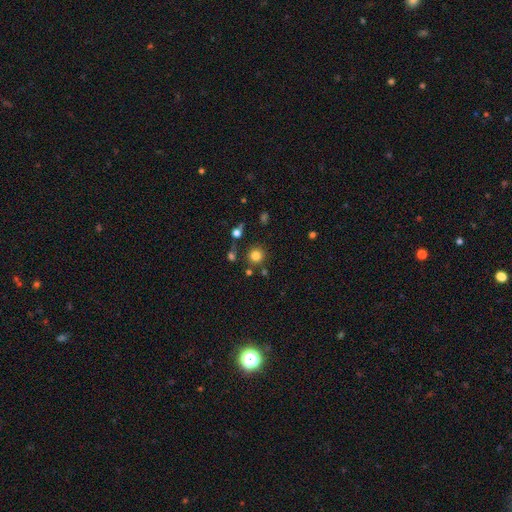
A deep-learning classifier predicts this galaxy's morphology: A smooth galaxy with no disk features (79%) that is round (92%).

Vote fractions:
- Smooth or featured? smooth: 79% / star or artifact: 14% / featured or disk: 6%
- How rounded? round: 92% / in between: 7% / cigar-shaped: 1%
- Merging? none: 80% / minor disturbance: 8% / merger: 8% / major disturbance: 4%